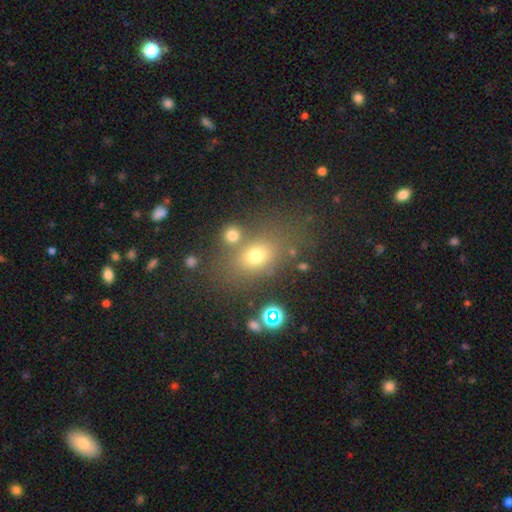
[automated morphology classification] A smooth galaxy with no disk features (67%) that is in between round and cigar-shaped (63%).

Vote fractions:
- Smooth or featured? smooth: 67% / star or artifact: 19% / featured or disk: 14%
- How rounded? in between: 63% / round: 35% / cigar-shaped: 2%
- Merging? none: 64% / minor disturbance: 15% / merger: 13% / major disturbance: 8%